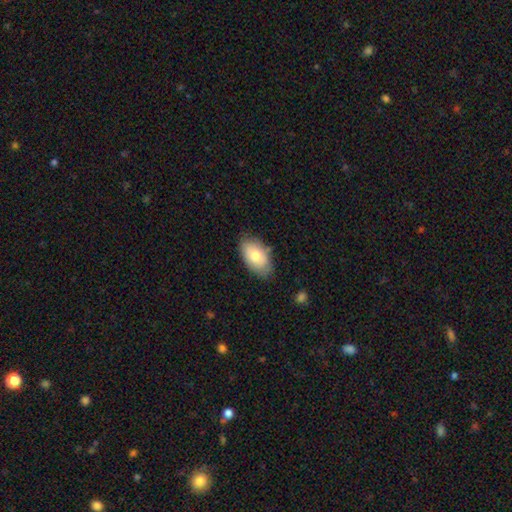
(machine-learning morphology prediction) Q: Smooth or featured?
A: smooth (75%); runner-up: featured or disk (18%)
Q: How rounded?
A: in between (93%); runner-up: round (5%)
Q: Merging?
A: none (78%); runner-up: minor disturbance (17%)